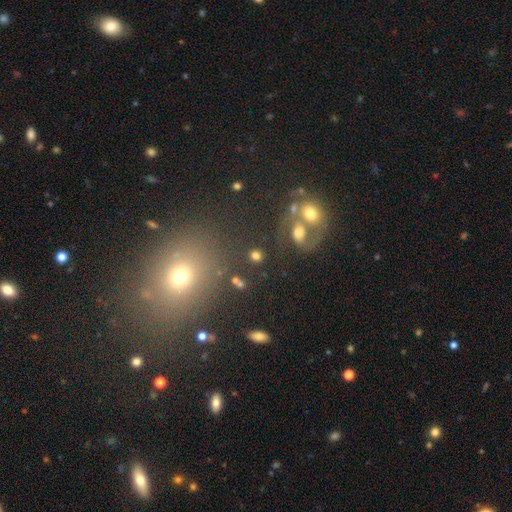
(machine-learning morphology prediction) type=smooth (77%); roundness=round (81%); merging=none (73%).